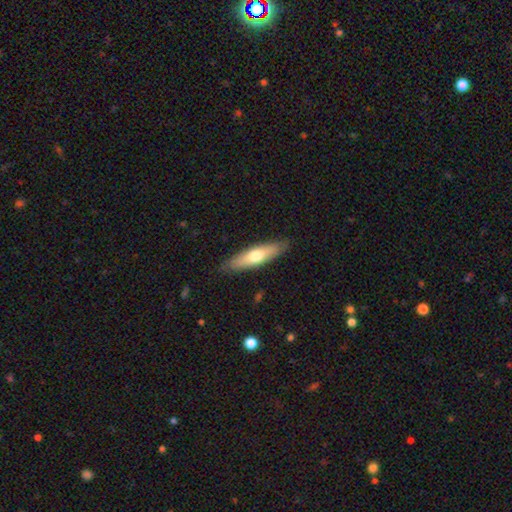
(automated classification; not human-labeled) smooth-or-featured: smooth: 60% | featured or disk: 35% | star or artifact: 5%
  how-rounded: cigar-shaped: 65% | in between: 33% | round: 2%
  merging: none: 86% | minor disturbance: 11% | major disturbance: 2% | merger: 1%